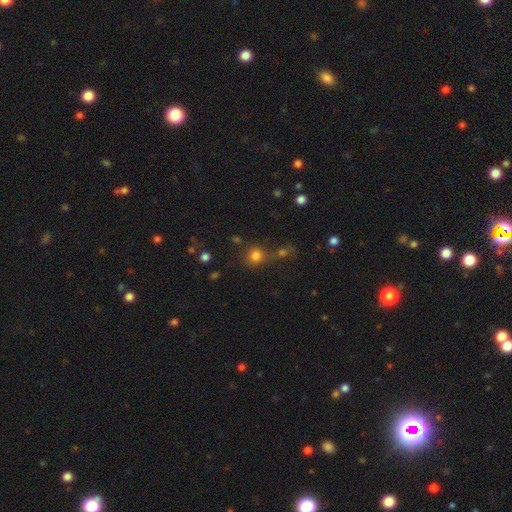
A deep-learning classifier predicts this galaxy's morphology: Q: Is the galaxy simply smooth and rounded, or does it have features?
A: smooth — 77%.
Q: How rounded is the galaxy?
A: round — 87%.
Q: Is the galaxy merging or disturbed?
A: none — 58%.